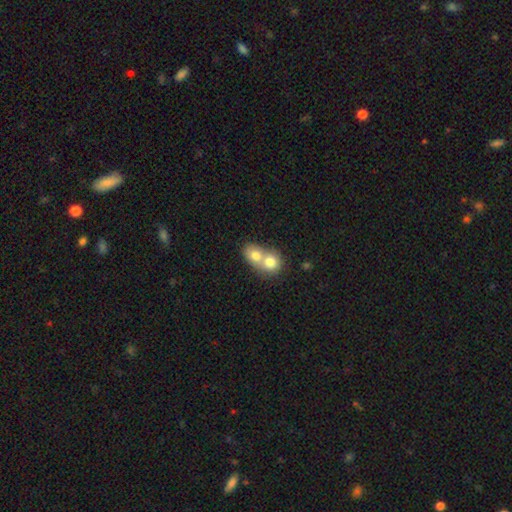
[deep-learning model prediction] smooth_or_featured: smooth (p=0.72) [alt: featured or disk p=0.19]
how_rounded: round (p=0.61) [alt: in between p=0.38]
merging: merger (p=0.77) [alt: none p=0.17]